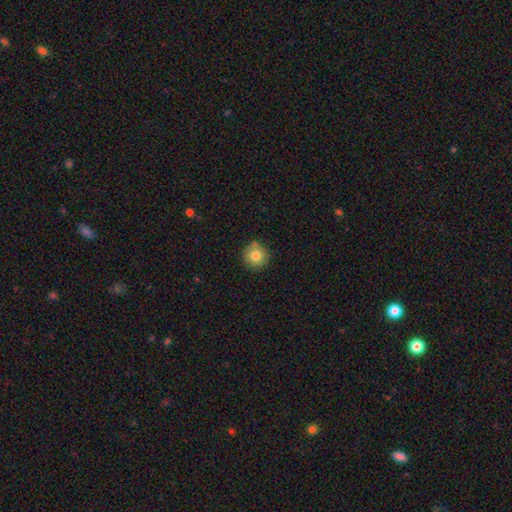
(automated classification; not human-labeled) The model was most divided on "merging": none: 79%, minor disturbance: 12%, merger: 7%, major disturbance: 3%. More confident: how rounded — round (94%); smooth or featured — smooth (81%).